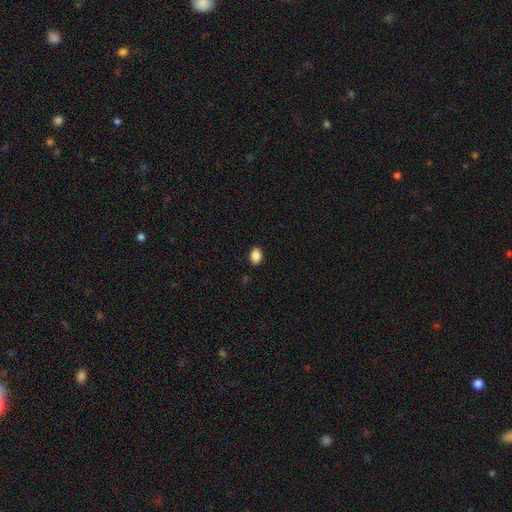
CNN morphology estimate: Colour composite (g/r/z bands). It shows a smooth galaxy with no disk features (87%) that is in between round and cigar-shaped (77%). Merging: none (88%).